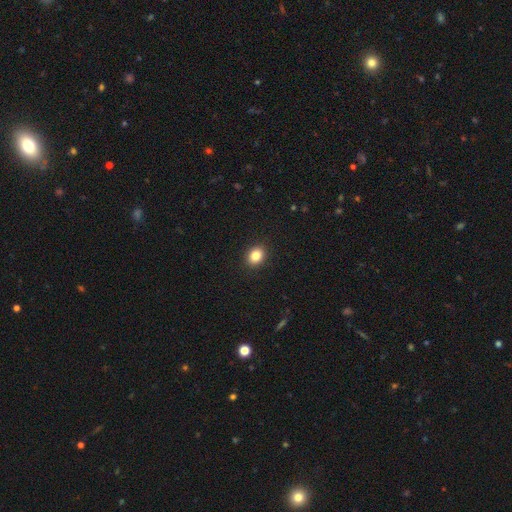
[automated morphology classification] A smooth galaxy with no disk features (84%) that is round (50%). Merging: none (91%).